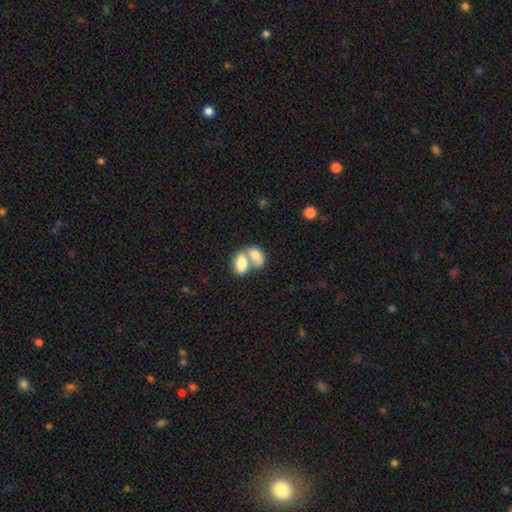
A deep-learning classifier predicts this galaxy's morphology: Smooth or featured?
  - smooth: 78% *
  - featured or disk: 16%
  - star or artifact: 6%
How rounded?
  - in between: 89% *
  - round: 9%
  - cigar-shaped: 2%
Merging?
  - merger: 74% *
  - none: 16%
  - minor disturbance: 6%
  - major disturbance: 4%